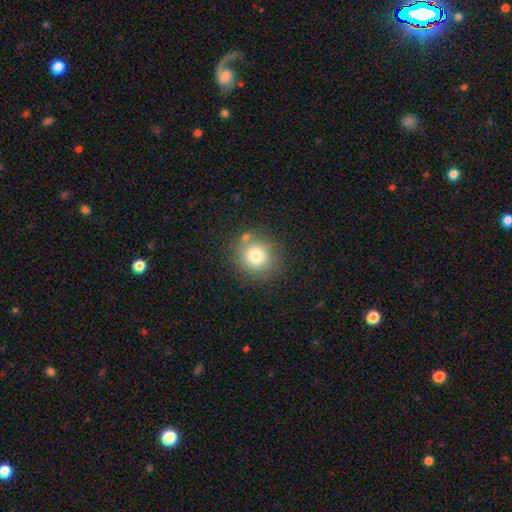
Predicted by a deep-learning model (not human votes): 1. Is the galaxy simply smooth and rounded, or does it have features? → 78% smooth, 13% star or artifact, 10% featured or disk.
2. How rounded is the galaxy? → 87% round, 12% in between, 1% cigar-shaped.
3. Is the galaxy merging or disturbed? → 79% none, 10% minor disturbance, 7% merger, 4% major disturbance.